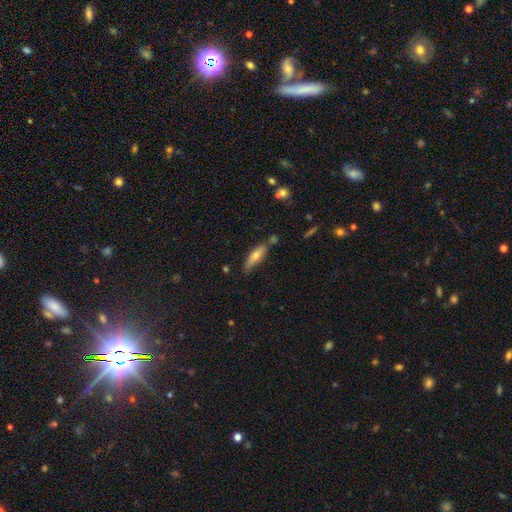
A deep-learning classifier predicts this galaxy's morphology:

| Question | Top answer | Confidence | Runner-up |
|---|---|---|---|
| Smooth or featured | smooth | 58% | featured or disk (35%) |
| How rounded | cigar-shaped | 61% | in between (37%) |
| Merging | none | 70% | minor disturbance (19%) |